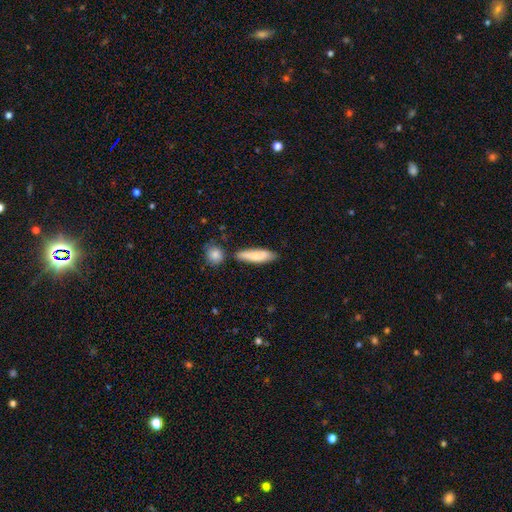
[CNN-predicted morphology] This appears to be a smooth galaxy with no disk features (79%) that is cigar-shaped (59%). Merging: none (73%).